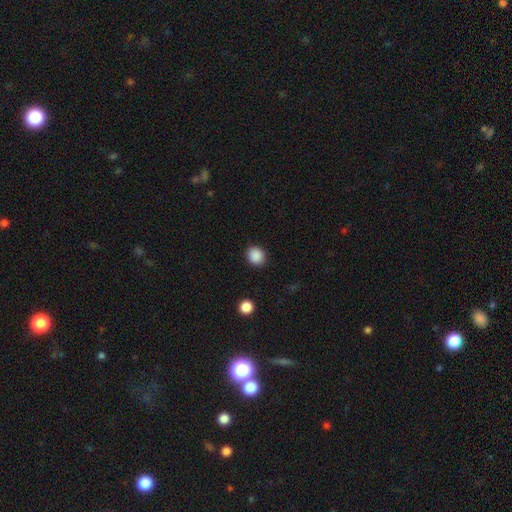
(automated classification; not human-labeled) A smooth galaxy with no disk features (88%) that is round (73%).

Vote fractions:
- Smooth or featured? smooth: 88% / star or artifact: 9% / featured or disk: 2%
- How rounded? round: 73% / in between: 26% / cigar-shaped: 1%
- Merging? none: 90% / minor disturbance: 7% / major disturbance: 2% / merger: 1%